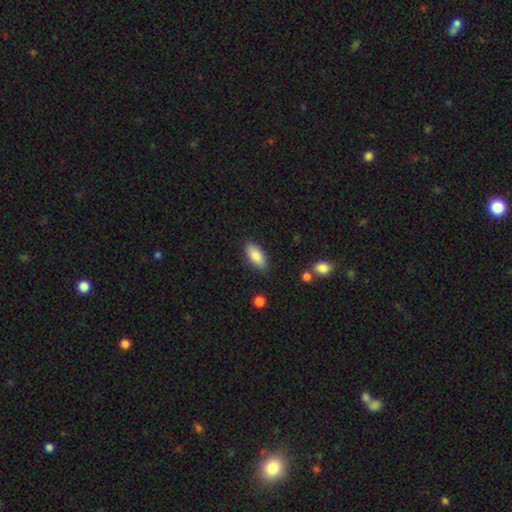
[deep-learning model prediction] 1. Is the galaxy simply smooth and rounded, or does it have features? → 86% smooth, 7% featured or disk, 7% star or artifact.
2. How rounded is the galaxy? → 88% in between, 9% cigar-shaped, 2% round.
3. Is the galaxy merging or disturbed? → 84% none, 12% minor disturbance, 3% major disturbance, 2% merger.